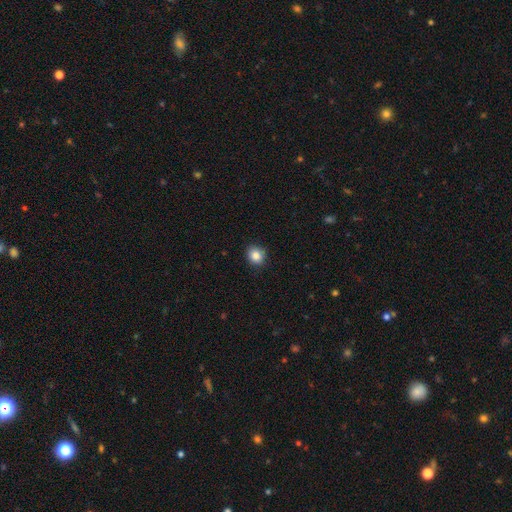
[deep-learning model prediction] Smooth or featured? smooth (85%)
How rounded? round (74%)
Merging? none (88%)